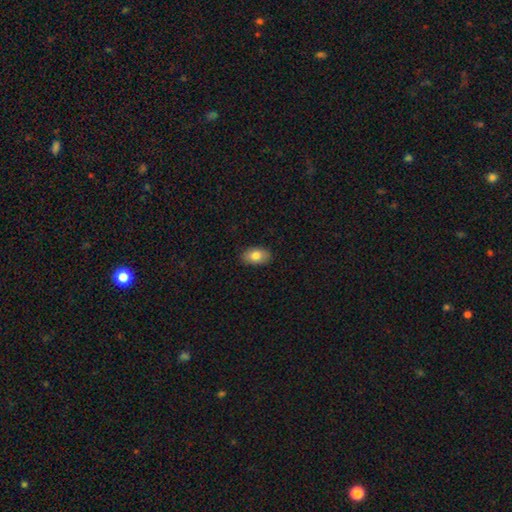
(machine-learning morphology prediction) Smooth or featured: smooth — 81% (featured or disk — 11%)
How rounded: in between — 91% (round — 8%)
Merging: none — 88% (minor disturbance — 9%)